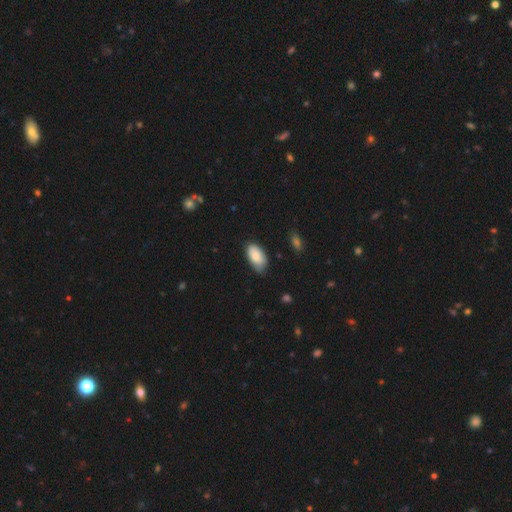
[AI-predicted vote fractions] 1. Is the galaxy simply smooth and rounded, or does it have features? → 84% smooth, 9% featured or disk, 6% star or artifact.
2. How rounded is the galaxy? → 95% in between, 3% round, 2% cigar-shaped.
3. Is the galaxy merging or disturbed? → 68% none, 27% minor disturbance, 4% major disturbance, 2% merger.